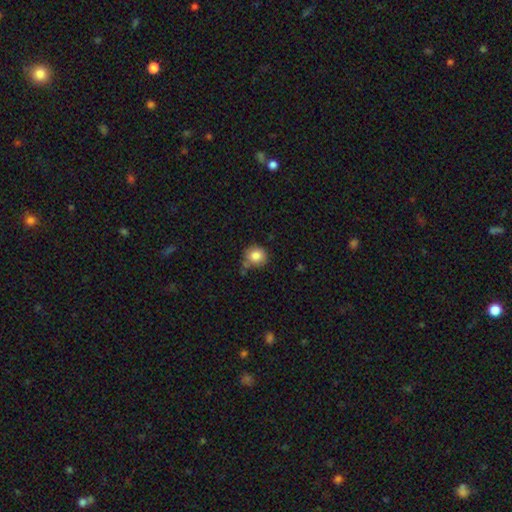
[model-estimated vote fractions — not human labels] A smooth galaxy with no disk features (84%) that is round (87%).

Vote fractions:
- Smooth or featured? smooth: 84% / star or artifact: 9% / featured or disk: 7%
- How rounded? round: 87% / in between: 12% / cigar-shaped: 1%
- Merging? none: 66% / minor disturbance: 20% / merger: 9% / major disturbance: 5%